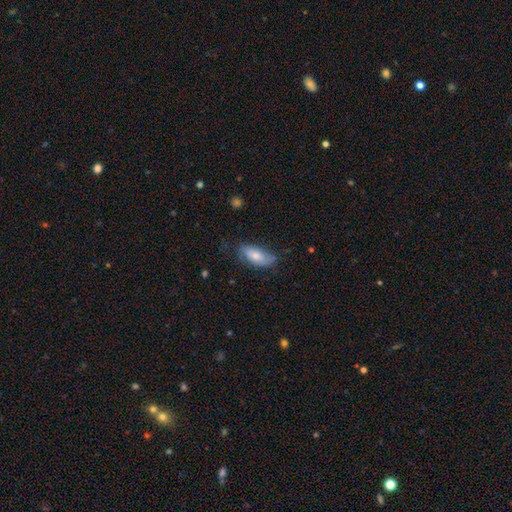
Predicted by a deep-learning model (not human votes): Smooth or featured? Predicted: smooth (p=0.71). How rounded? Predicted: in between (p=0.86). Merging? Predicted: none (p=0.58).